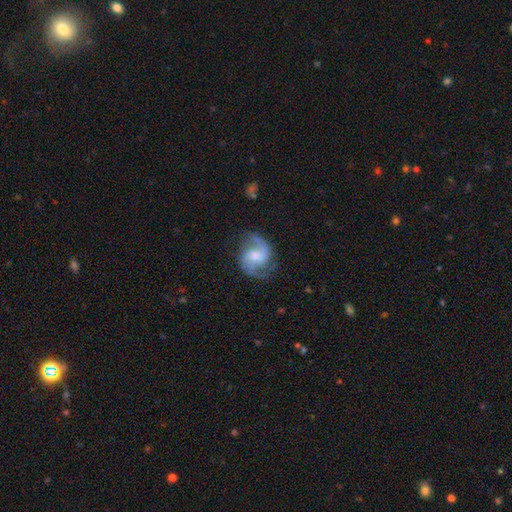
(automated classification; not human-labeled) featured or disk 84%, smooth 10%, star or artifact 6%. Down the decision tree: edge-on disk — no (98%); bar — weak (47%); spiral arms — yes (96%); spiral arm count — 2 (91%); spiral winding — medium (55%); bulge size — moderate (42%); merging — none (73%).